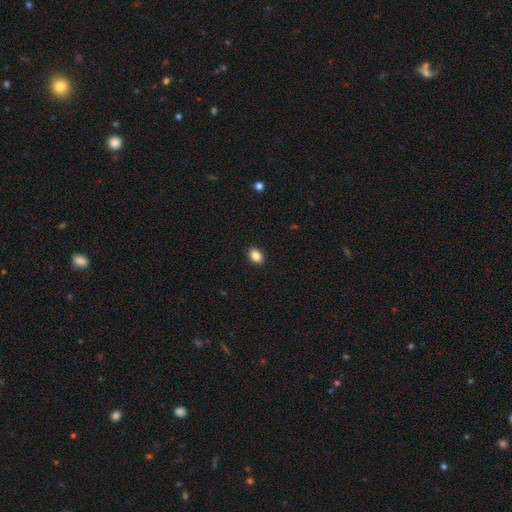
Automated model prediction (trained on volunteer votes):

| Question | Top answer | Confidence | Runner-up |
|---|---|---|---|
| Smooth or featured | smooth | 87% | star or artifact (9%) |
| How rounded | in between | 77% | round (22%) |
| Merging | none | 91% | minor disturbance (6%) |